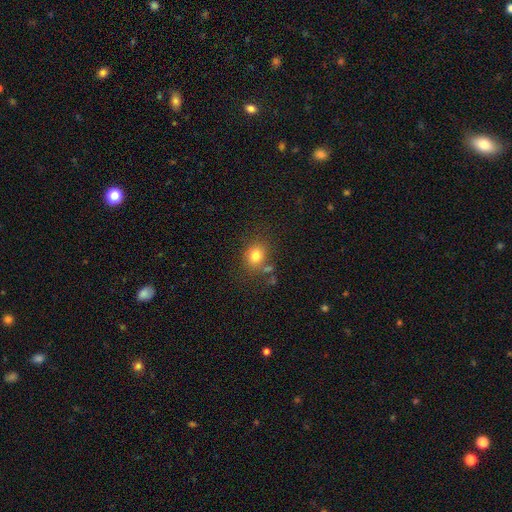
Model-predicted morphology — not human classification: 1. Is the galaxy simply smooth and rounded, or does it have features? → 78% smooth, 13% star or artifact, 9% featured or disk.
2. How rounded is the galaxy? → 63% round, 36% in between, 1% cigar-shaped.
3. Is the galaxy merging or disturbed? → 68% none, 15% minor disturbance, 10% merger, 6% major disturbance.